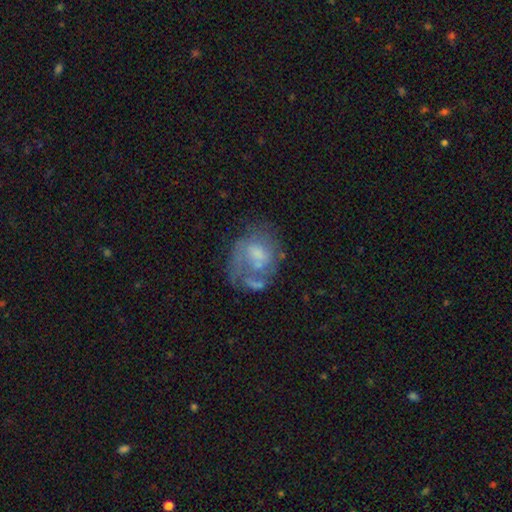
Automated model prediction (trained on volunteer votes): This appears to be a featured or disk galaxy (58%) with no bar (68%), no spiral arms (52%) and a moderate central bulge (36%). Merging: none (34%).